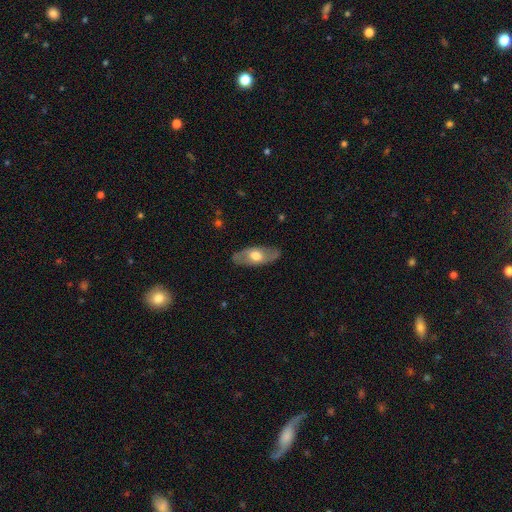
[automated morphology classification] Smooth or featured: smooth — 49% (featured or disk — 45%)
Merging: none — 83% (minor disturbance — 13%)